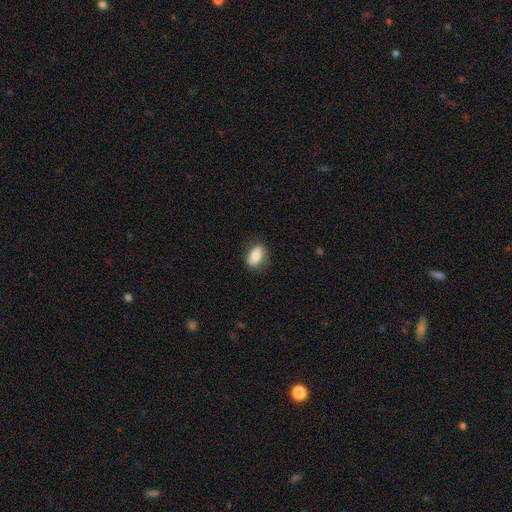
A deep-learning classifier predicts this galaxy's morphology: smooth_or_featured: smooth (p=0.74) [alt: featured or disk p=0.19]
how_rounded: in between (p=0.85) [alt: round p=0.10]
merging: none (p=0.80) [alt: minor disturbance p=0.15]